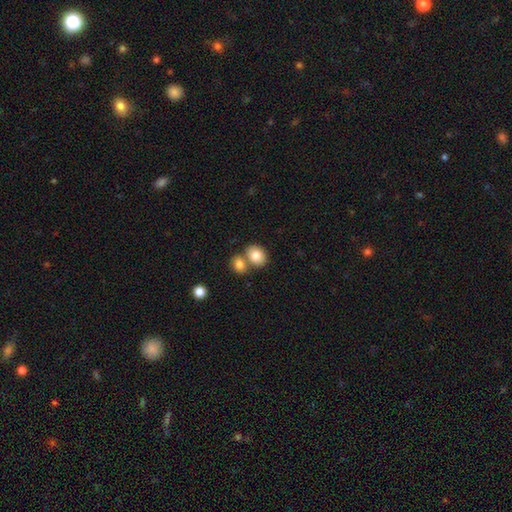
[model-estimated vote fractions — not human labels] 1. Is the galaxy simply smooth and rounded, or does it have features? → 83% smooth, 9% featured or disk, 8% star or artifact.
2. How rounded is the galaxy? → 51% in between, 48% round, 1% cigar-shaped.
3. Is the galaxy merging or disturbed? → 48% none, 40% merger, 9% minor disturbance, 3% major disturbance.